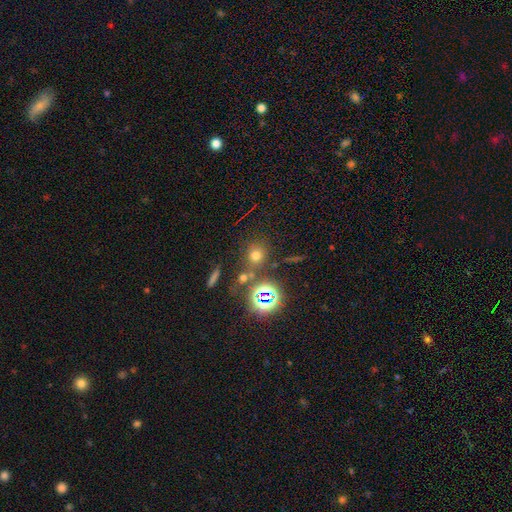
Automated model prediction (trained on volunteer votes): Smooth or featured? Predicted: smooth (p=0.63). How rounded? Predicted: round (p=0.85). Merging? Predicted: none (p=0.72).